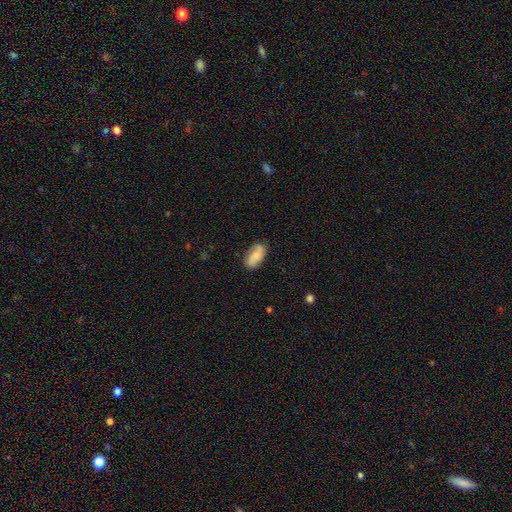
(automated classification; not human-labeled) smooth-or-featured: smooth: 72% | featured or disk: 21% | star or artifact: 7%
  how-rounded: in between: 90% | cigar-shaped: 7% | round: 3%
  merging: none: 80% | minor disturbance: 15% | major disturbance: 3% | merger: 1%